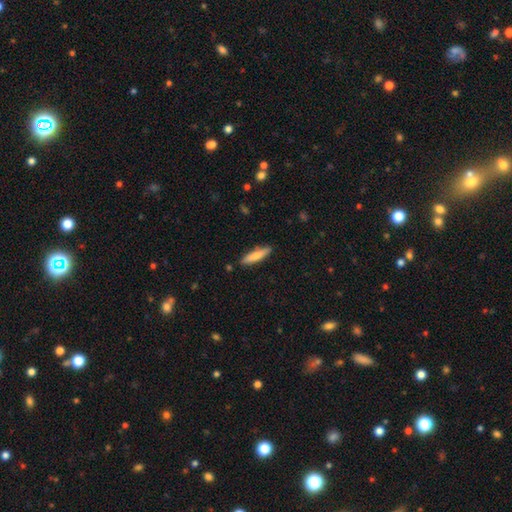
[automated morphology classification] Smooth or featured? smooth (77%)
How rounded? cigar-shaped (78%)
Merging? none (86%)